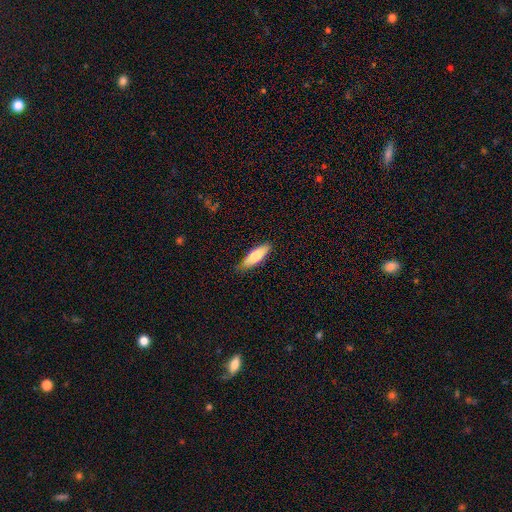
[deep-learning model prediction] smooth-or-featured: smooth: 76% | featured or disk: 19% | star or artifact: 6%
  how-rounded: in between: 52% | cigar-shaped: 46% | round: 2%
  merging: none: 83% | minor disturbance: 13% | major disturbance: 2% | merger: 1%